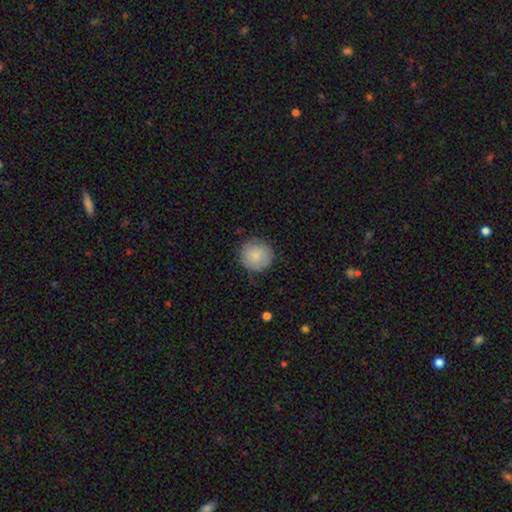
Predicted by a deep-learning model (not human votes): Smooth or featured? Predicted: smooth (p=0.81). How rounded? Predicted: round (p=0.94). Merging? Predicted: none (p=0.81).